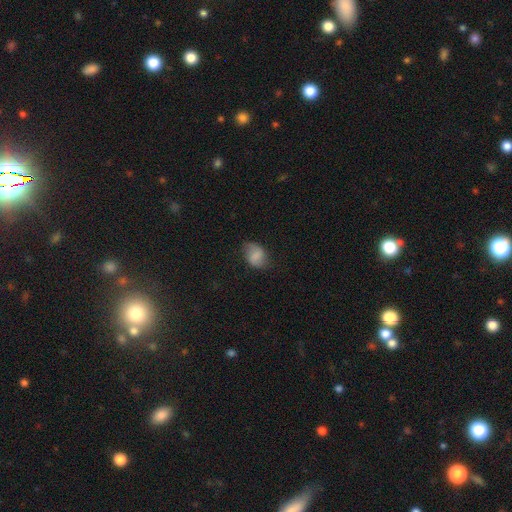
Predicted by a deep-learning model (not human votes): Smooth or featured? smooth (70%)
How rounded? in between (72%)
Merging? none (65%)